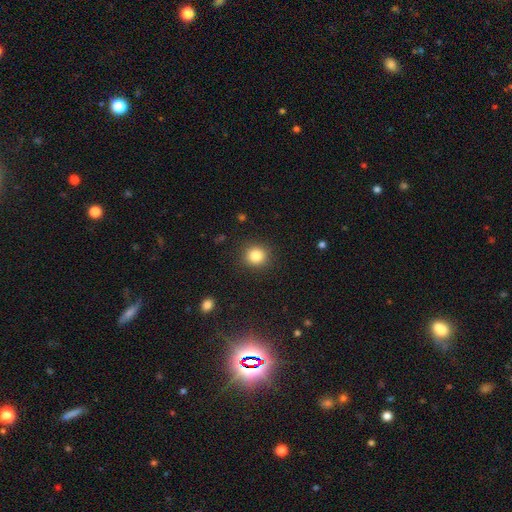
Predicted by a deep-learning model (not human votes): Smooth or featured?
  - smooth: 84% *
  - star or artifact: 11%
  - featured or disk: 5%
How rounded?
  - round: 89% *
  - in between: 10%
  - cigar-shaped: 1%
Merging?
  - none: 90% *
  - minor disturbance: 6%
  - major disturbance: 3%
  - merger: 1%